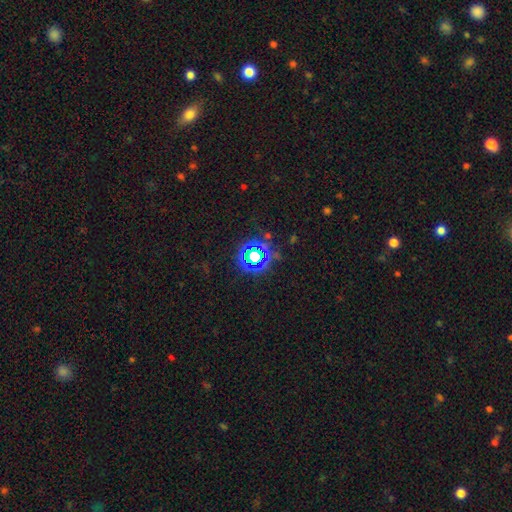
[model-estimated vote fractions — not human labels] Morphology: type=star or artifact (71%).